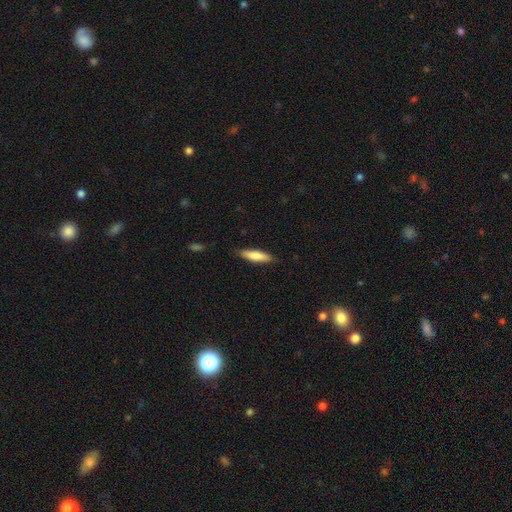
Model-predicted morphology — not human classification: Smooth or featured? Predicted: smooth (p=0.79). How rounded? Predicted: cigar-shaped (p=0.67). Merging? Predicted: none (p=0.86).